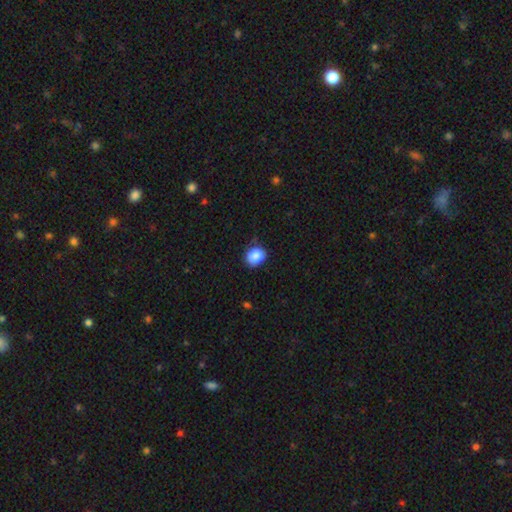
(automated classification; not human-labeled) smooth 85%, star or artifact 10%, featured or disk 5%. Down the decision tree: how rounded — round (66%); merging — none (72%).